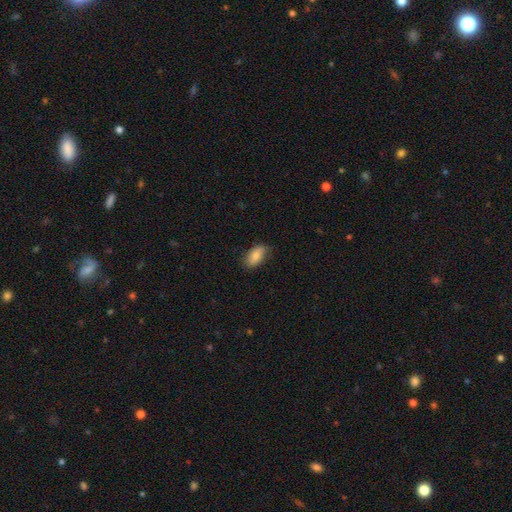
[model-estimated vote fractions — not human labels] A smooth galaxy with no disk features (80%) that is in between round and cigar-shaped (92%).

Vote fractions:
- Smooth or featured? smooth: 80% / featured or disk: 14% / star or artifact: 7%
- How rounded? in between: 92% / round: 4% / cigar-shaped: 3%
- Merging? none: 77% / minor disturbance: 19% / major disturbance: 3% / merger: 1%